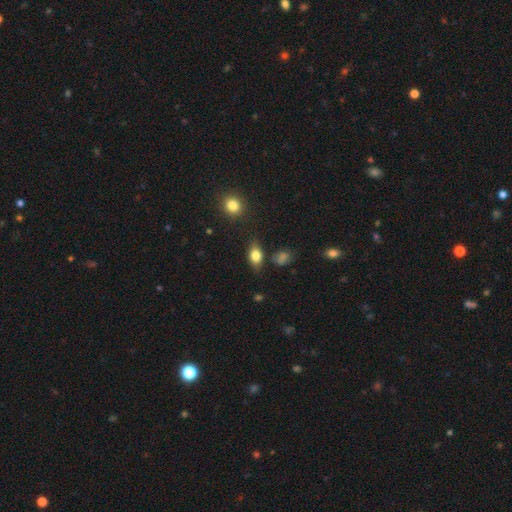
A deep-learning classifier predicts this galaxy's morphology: The model was most divided on "merging": none: 73%, minor disturbance: 19%, major disturbance: 5%, merger: 4%. More confident: smooth or featured — smooth (80%); how rounded — in between (79%).